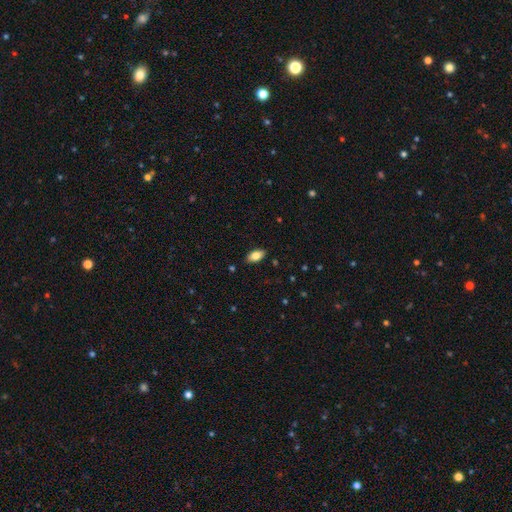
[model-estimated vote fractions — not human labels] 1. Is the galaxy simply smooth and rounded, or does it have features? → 81% smooth, 11% featured or disk, 7% star or artifact.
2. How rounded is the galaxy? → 92% in between, 5% cigar-shaped, 3% round.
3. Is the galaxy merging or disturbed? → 88% none, 9% minor disturbance, 2% major disturbance, 1% merger.